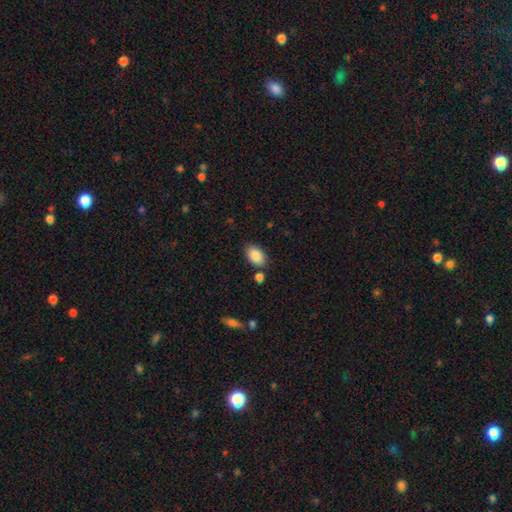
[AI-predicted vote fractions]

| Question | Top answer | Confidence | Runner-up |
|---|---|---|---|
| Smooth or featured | smooth | 88% | star or artifact (7%) |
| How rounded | in between | 91% | round (7%) |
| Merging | none | 79% | minor disturbance (12%) |